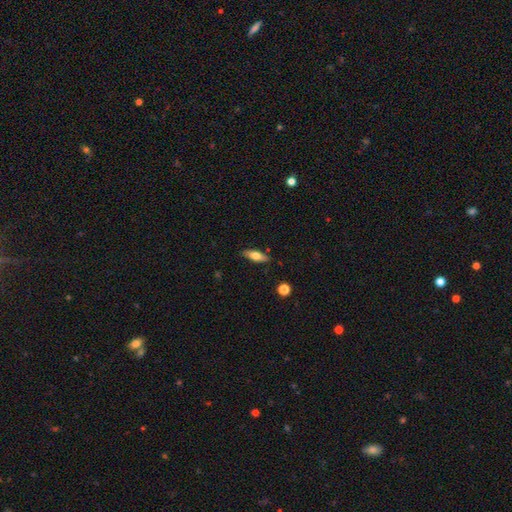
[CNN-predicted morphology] smooth 61%, featured or disk 32%, star or artifact 7%. Down the decision tree: how rounded — in between (54%); merging — none (86%).